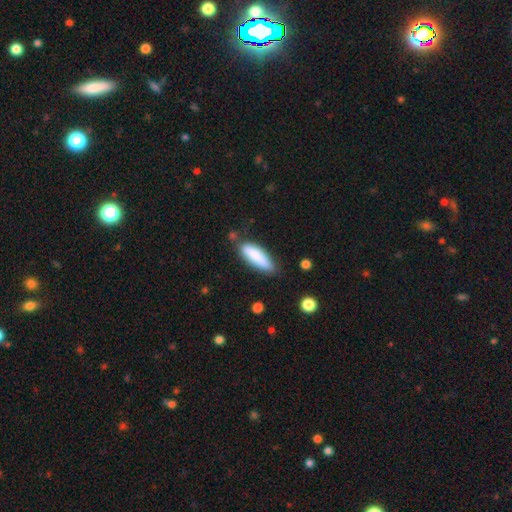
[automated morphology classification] A smooth galaxy with no disk features (82%) that is cigar-shaped (52%). Merging: none (71%).